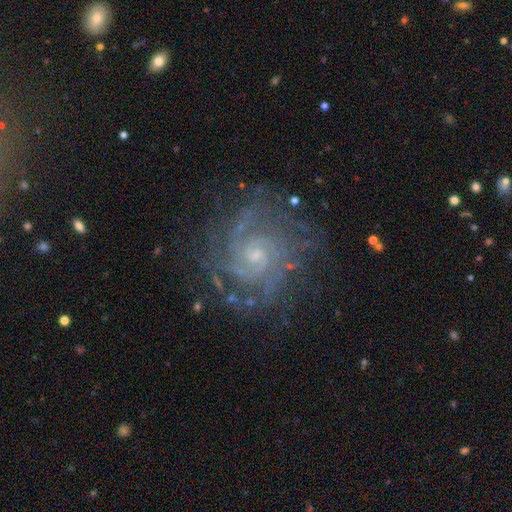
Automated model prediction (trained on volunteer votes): Smooth or featured: featured or disk — 88% (star or artifact — 7%)
Edge-on disk: no — 98% (yes — 2%)
Bar: no — 66% (weak — 29%)
Spiral arms: yes — 98% (no — 2%)
Spiral winding: tight — 66% (medium — 29%)
Spiral arm count: 2 — 29% (can't tell — 23%)
Bulge size: small — 70% (moderate — 24%)
Merging: none — 76% (minor disturbance — 15%)